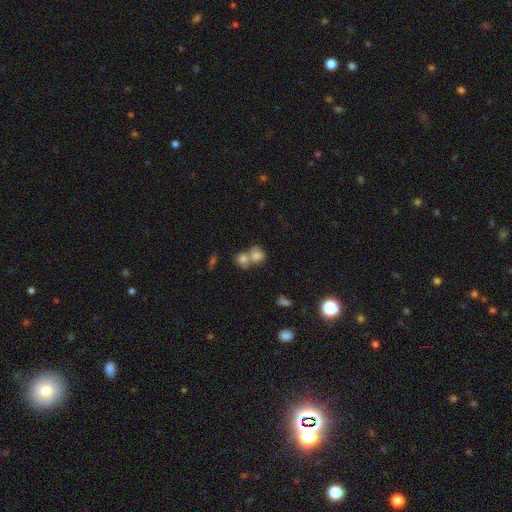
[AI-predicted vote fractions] Morphology: type=smooth (78%); roundness=round (75%); merging=merger (54%).